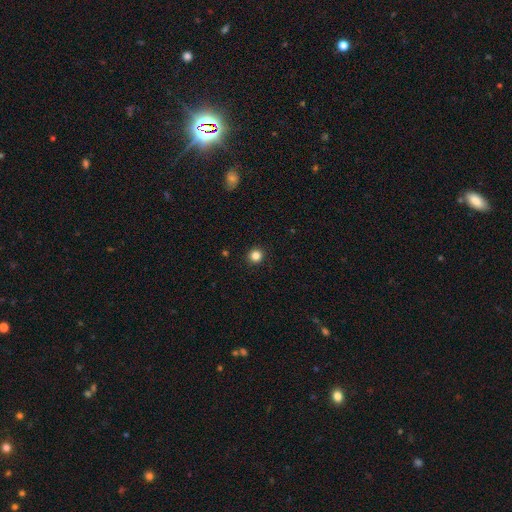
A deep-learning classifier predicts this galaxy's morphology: smooth_or_featured: smooth (p=0.84) [alt: star or artifact p=0.12]
how_rounded: round (p=0.94) [alt: in between p=0.05]
merging: none (p=0.93) [alt: minor disturbance p=0.04]